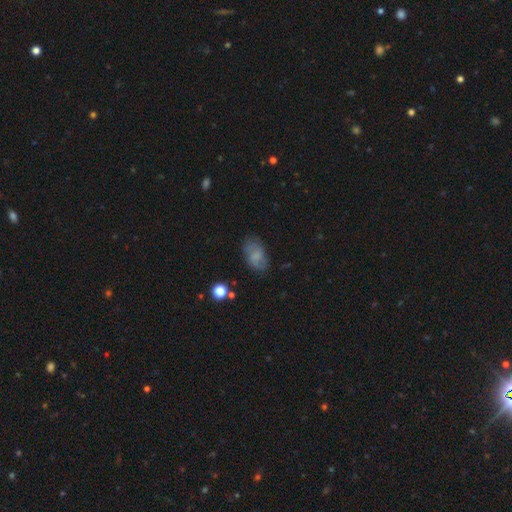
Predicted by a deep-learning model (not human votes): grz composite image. It shows a smooth galaxy with no disk features (62%) that is in between round and cigar-shaped (90%). Merging: none (67%).